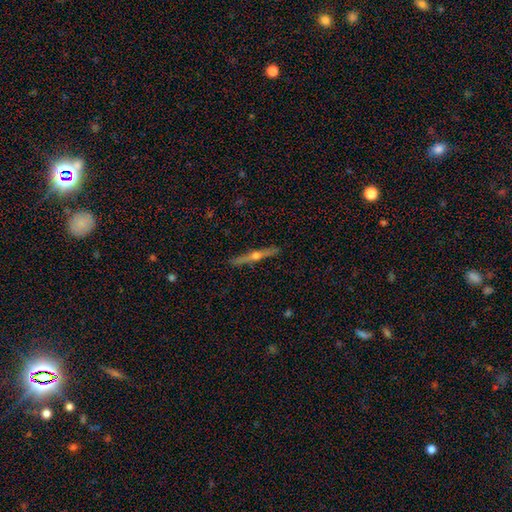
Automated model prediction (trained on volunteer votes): A featured or disk galaxy (78%) viewed edge-on (98%) with a rounded central bulge (93%). Merging: none (91%).